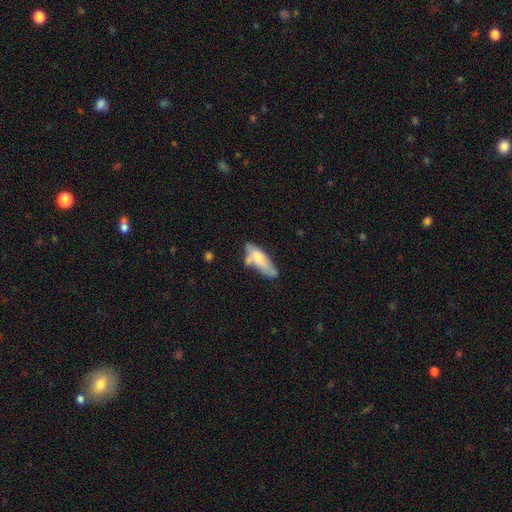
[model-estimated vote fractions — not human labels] Smooth or featured? smooth (63%)
How rounded? in between (57%)
Merging? none (45%)